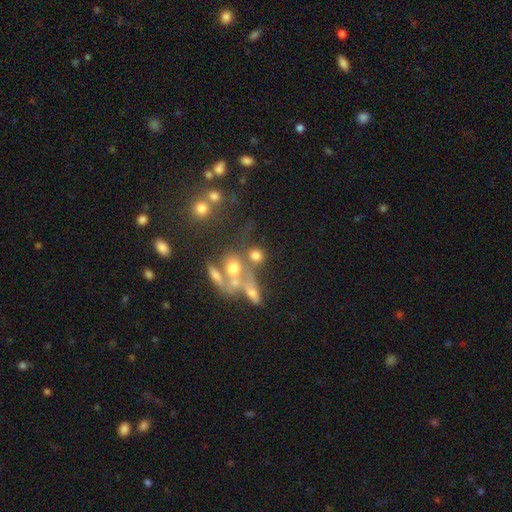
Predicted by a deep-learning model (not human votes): A smooth galaxy with no disk features (64%) that is round (70%). Merging: merger (40%).